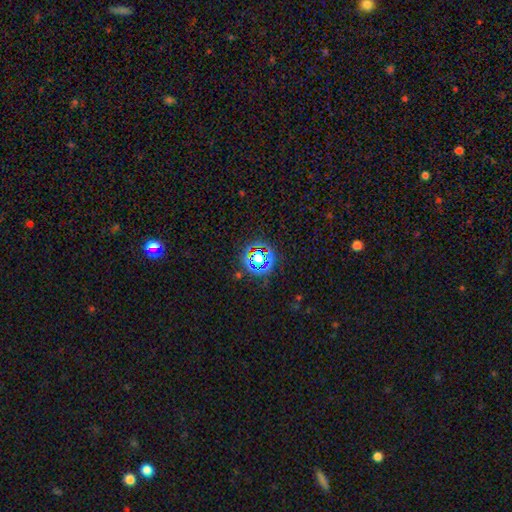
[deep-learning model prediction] The model was most divided on "smooth or featured": star or artifact: 61%, smooth: 26%, featured or disk: 13%.